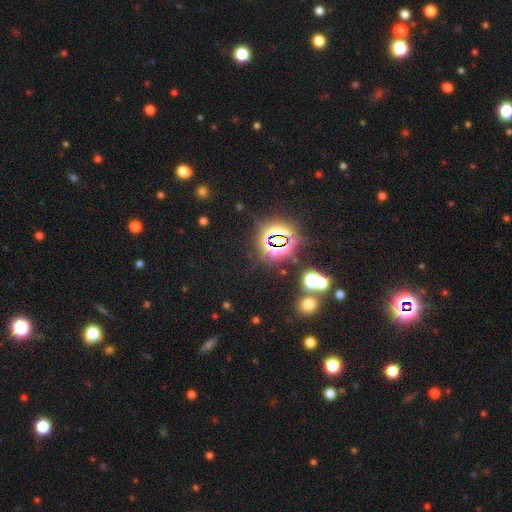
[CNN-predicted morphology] Overall: star or artifact (80%).